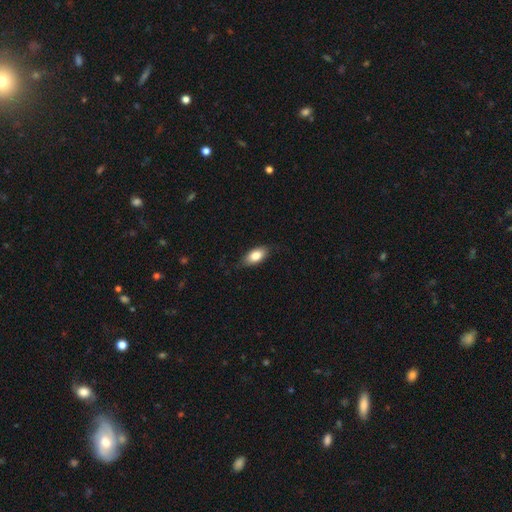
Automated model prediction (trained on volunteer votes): The model was most divided on "merging": none: 80%, minor disturbance: 16%, major disturbance: 3%, merger: 1%. More confident: how rounded — in between (89%); smooth or featured — smooth (81%).